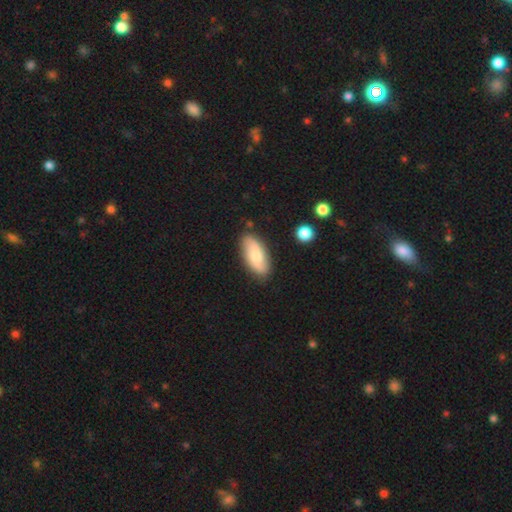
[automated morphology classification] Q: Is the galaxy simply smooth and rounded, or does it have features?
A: smooth — 58%.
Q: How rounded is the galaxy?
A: in between — 86%.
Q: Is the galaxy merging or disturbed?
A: none — 82%.